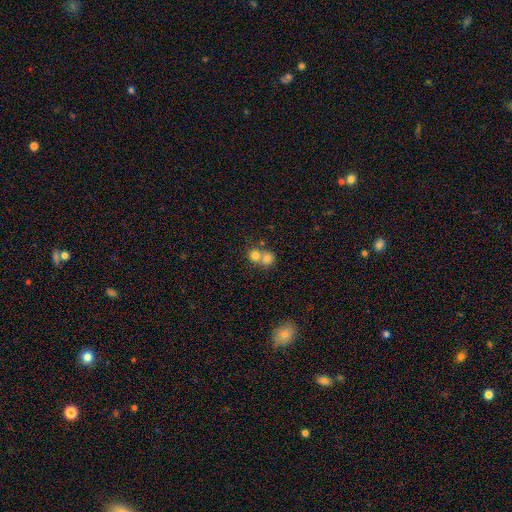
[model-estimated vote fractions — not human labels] The model was most divided on "merging": merger: 59%, none: 34%, minor disturbance: 5%, major disturbance: 2%. More confident: how rounded — round (83%); smooth or featured — smooth (76%).